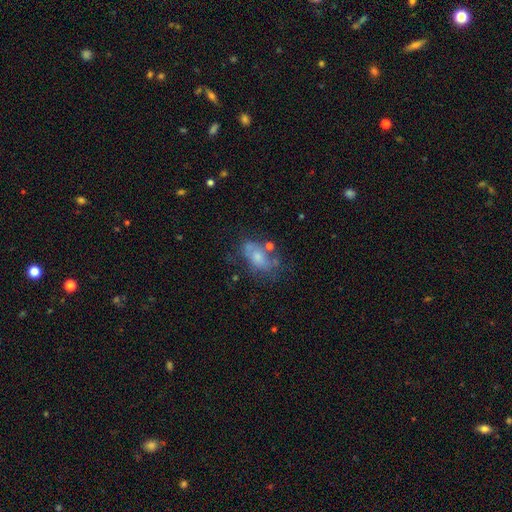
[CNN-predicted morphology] type=smooth (44%); merging=none (50%).